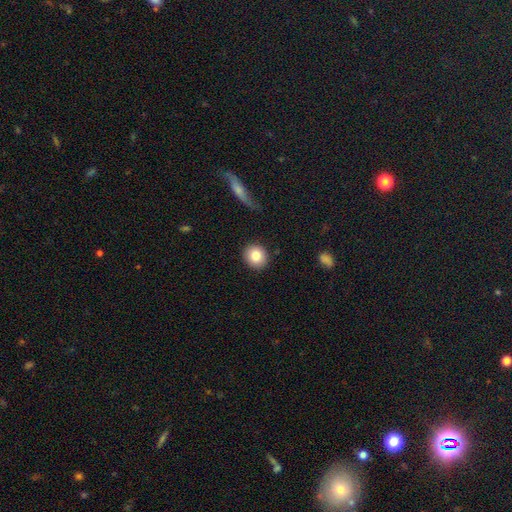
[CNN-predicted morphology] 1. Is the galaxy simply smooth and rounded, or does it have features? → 84% smooth, 8% star or artifact, 8% featured or disk.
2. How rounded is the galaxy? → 88% round, 11% in between, 1% cigar-shaped.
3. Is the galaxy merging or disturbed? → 89% none, 7% minor disturbance, 2% major disturbance, 2% merger.